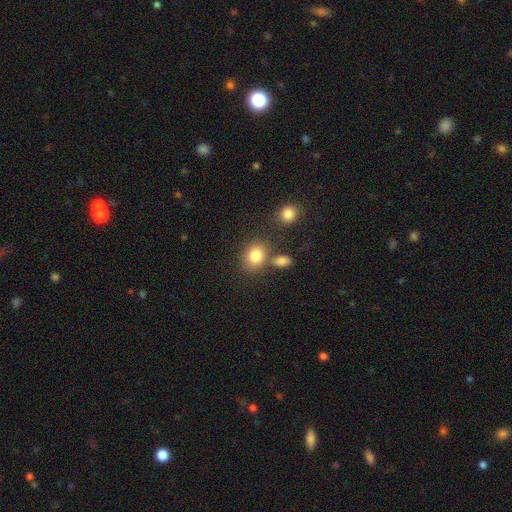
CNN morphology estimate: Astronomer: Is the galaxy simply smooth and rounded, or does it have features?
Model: smooth — 82%.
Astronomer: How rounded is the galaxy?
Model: round — 55% (runner-up: in between, 44%).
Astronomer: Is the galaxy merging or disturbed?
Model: none — 63%.